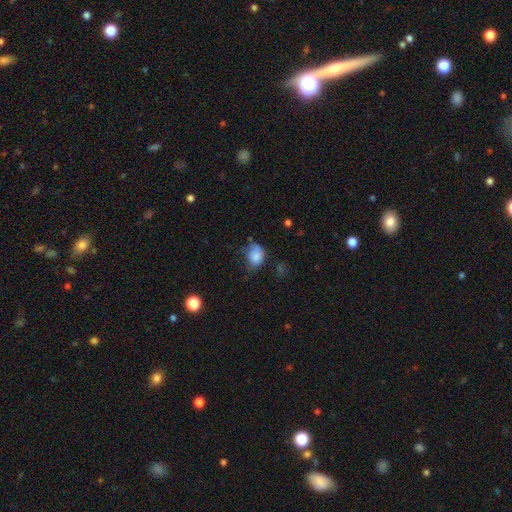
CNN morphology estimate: smooth 77%, featured or disk 13%, star or artifact 10%. Down the decision tree: how rounded — in between (61%); merging — none (41%).